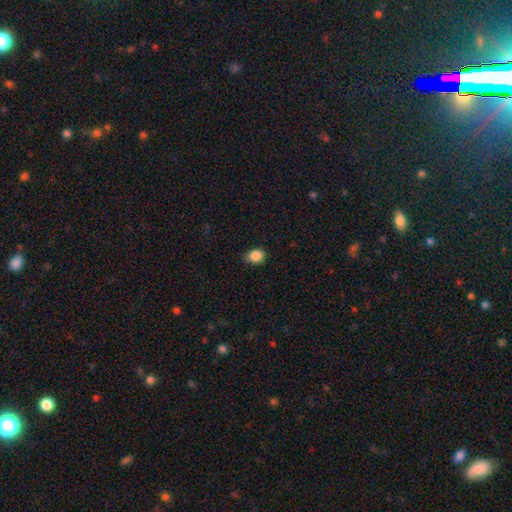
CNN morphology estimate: Smooth or featured?
  - smooth: 87% *
  - star or artifact: 10%
  - featured or disk: 3%
How rounded?
  - round: 51% *
  - in between: 48%
  - cigar-shaped: 1%
Merging?
  - none: 75% *
  - minor disturbance: 21%
  - major disturbance: 3%
  - merger: 1%